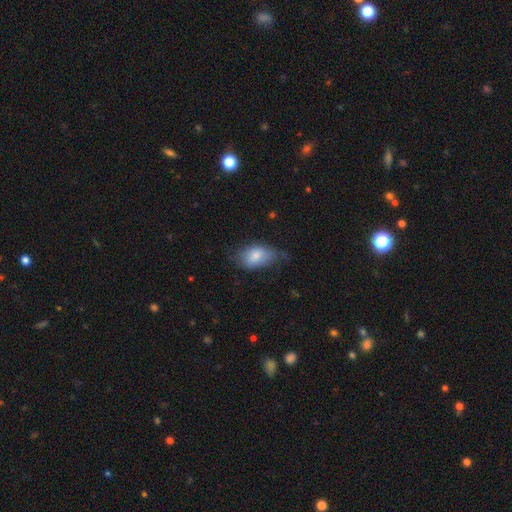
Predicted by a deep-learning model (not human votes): Smooth or featured? smooth (77%)
How rounded? in between (89%)
Merging? none (43%)